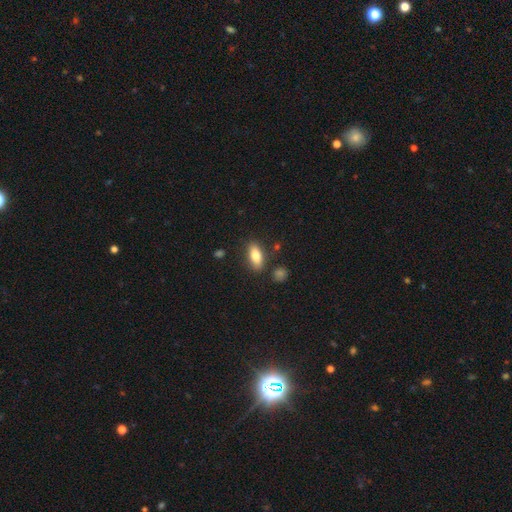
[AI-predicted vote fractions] smooth_or_featured: smooth (p=0.79) [alt: featured or disk p=0.14]
how_rounded: in between (p=0.82) [alt: cigar-shaped p=0.15]
merging: none (p=0.82) [alt: minor disturbance p=0.11]